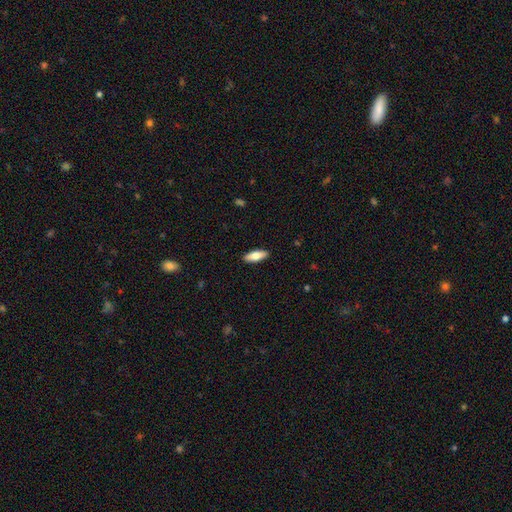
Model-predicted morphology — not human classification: This is likely a smooth galaxy (75%). How rounded: likely in between (67%). Merging: clearly none (90%).